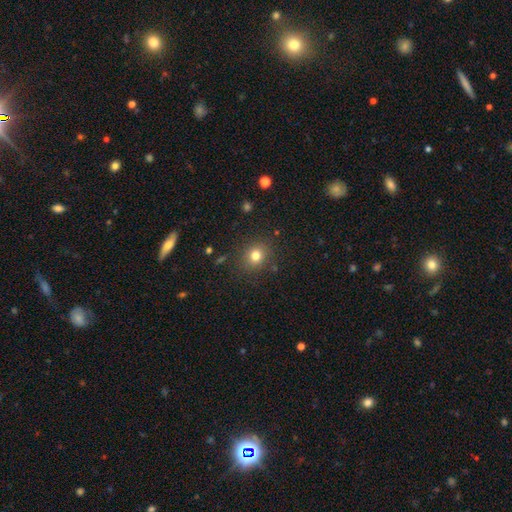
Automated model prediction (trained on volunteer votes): Morphology: type=smooth (79%); roundness=round (79%); merging=none (86%).